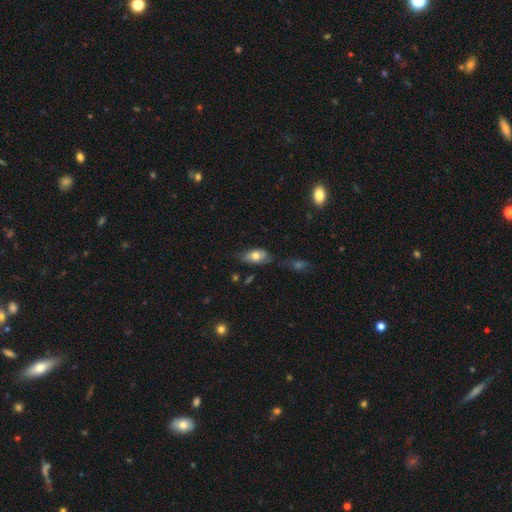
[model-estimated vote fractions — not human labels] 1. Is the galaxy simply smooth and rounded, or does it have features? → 61% smooth, 32% featured or disk, 7% star or artifact.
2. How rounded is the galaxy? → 90% in between, 6% round, 4% cigar-shaped.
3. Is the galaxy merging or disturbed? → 47% none, 32% minor disturbance, 14% major disturbance, 7% merger.